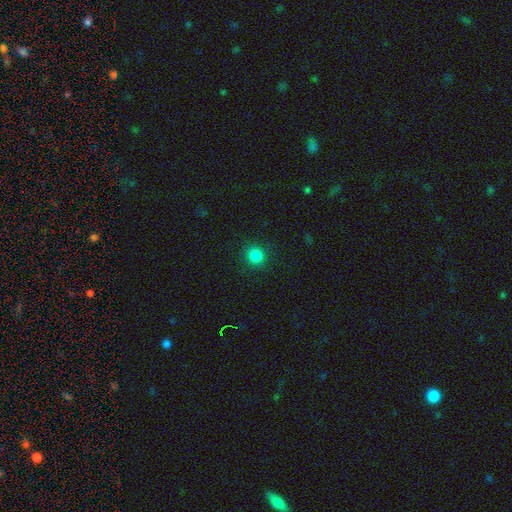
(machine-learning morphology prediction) Smooth or featured?
  - smooth: 84% *
  - star or artifact: 13%
  - featured or disk: 4%
How rounded?
  - round: 92% *
  - in between: 7%
  - cigar-shaped: 1%
Merging?
  - none: 92% *
  - minor disturbance: 5%
  - major disturbance: 2%
  - merger: 1%